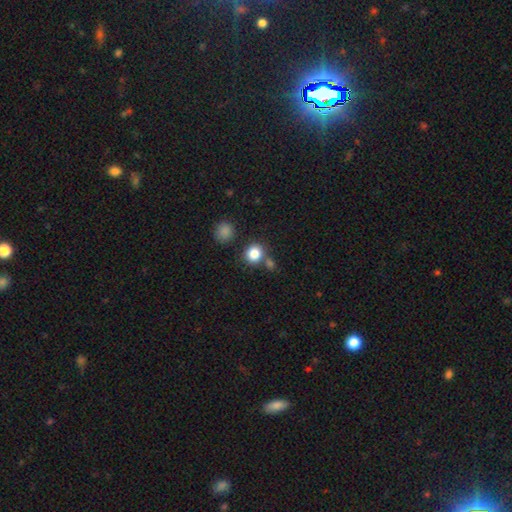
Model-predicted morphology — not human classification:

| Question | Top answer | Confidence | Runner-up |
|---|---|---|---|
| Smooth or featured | smooth | 82% | star or artifact (13%) |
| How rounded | round | 86% | in between (13%) |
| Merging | none | 72% | merger (16%) |